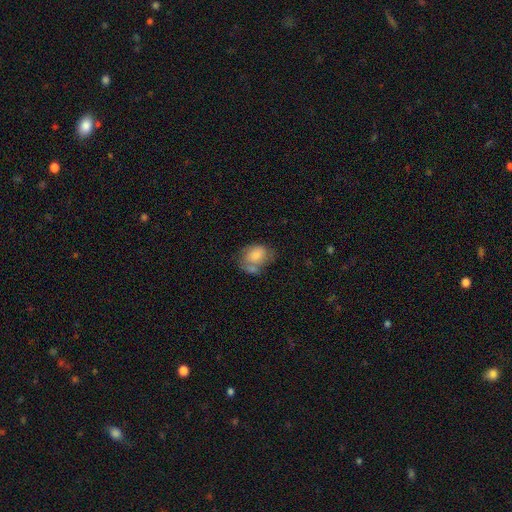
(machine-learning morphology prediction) This is likely a smooth galaxy (72%). How rounded: likely in between (69%). Merging: marginally none (35%).